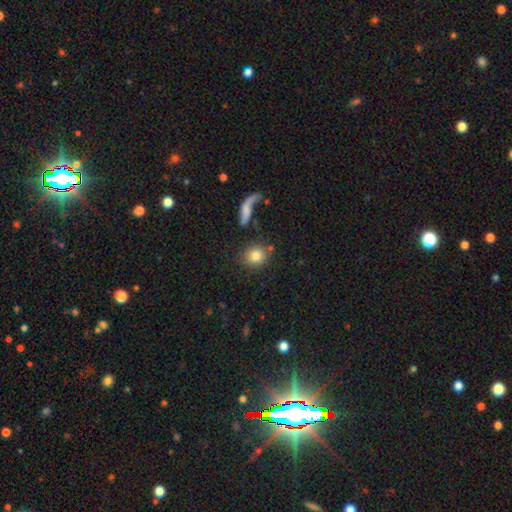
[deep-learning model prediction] A smooth galaxy with no disk features (82%) that is round (83%). Merging: none (75%).